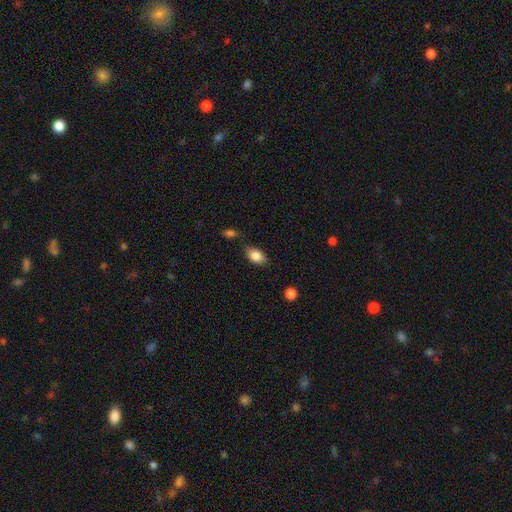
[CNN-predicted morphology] smooth-or-featured: smooth: 85% | featured or disk: 8% | star or artifact: 7%
  how-rounded: in between: 89% | round: 8% | cigar-shaped: 3%
  merging: none: 75% | minor disturbance: 16% | merger: 5% | major disturbance: 4%